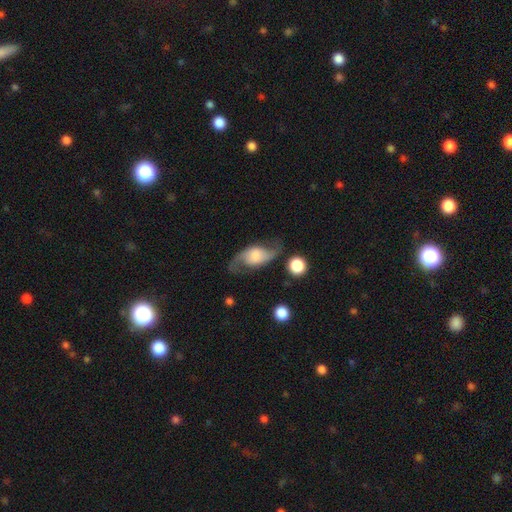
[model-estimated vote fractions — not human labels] Smooth or featured?
  - featured or disk: 76% *
  - smooth: 18%
  - star or artifact: 7%
Edge-on disk?
  - no: 94% *
  - yes: 6%
Bar?
  - no: 55% *
  - weak: 35%
  - strong: 11%
Spiral arms?
  - yes: 94% *
  - no: 6%
Spiral winding?
  - loose: 76% *
  - medium: 19%
  - tight: 5%
Spiral arm count?
  - 2: 93% *
  - can't tell: 2%
  - 1: 2%
  - 3: 1%
  - 4: 1%
  - more than 4: 1%
Bulge size?
  - large: 33% *
  - moderate: 25%
  - small: 17%
  - none: 15%
  - dominant: 10%
Merging?
  - none: 65% *
  - minor disturbance: 19%
  - major disturbance: 12%
  - merger: 4%